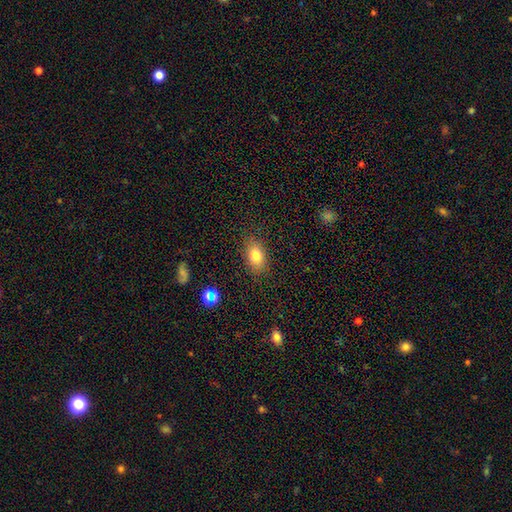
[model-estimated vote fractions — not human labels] Q: Smooth or featured?
A: smooth (81%); runner-up: star or artifact (10%)
Q: How rounded?
A: in between (85%); runner-up: round (13%)
Q: Merging?
A: none (84%); runner-up: minor disturbance (11%)